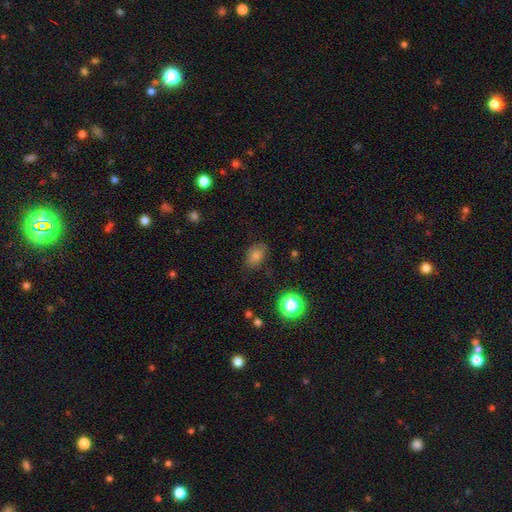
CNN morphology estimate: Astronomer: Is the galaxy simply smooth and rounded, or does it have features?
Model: smooth — 77%.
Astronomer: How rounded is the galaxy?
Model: in between — 78%.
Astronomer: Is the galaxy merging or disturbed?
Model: none — 76%.